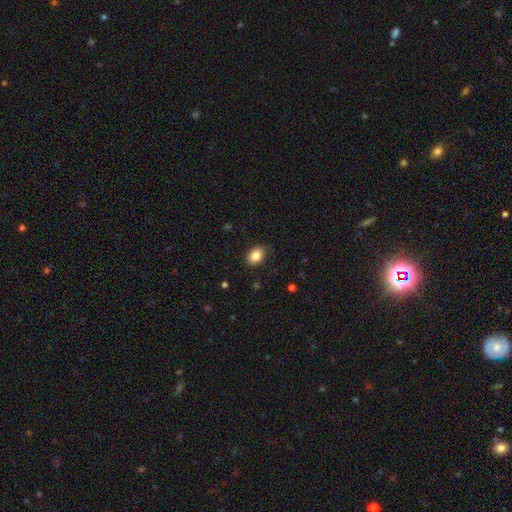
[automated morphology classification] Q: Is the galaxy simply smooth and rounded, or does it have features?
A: smooth — 85%.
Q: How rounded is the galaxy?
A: in between — 74%.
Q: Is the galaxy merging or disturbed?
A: none — 86%.